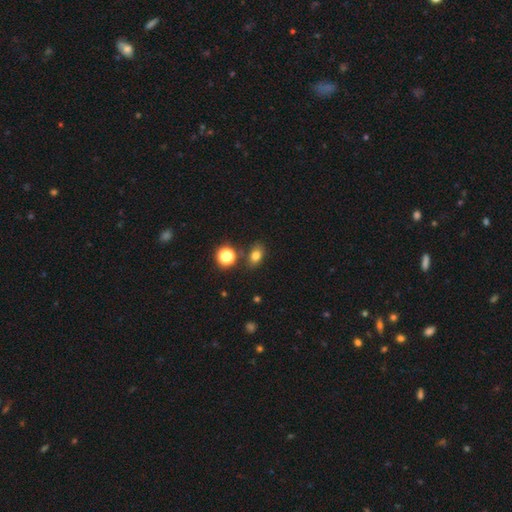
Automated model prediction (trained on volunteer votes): Smooth or featured?
  - smooth: 75% *
  - star or artifact: 16%
  - featured or disk: 9%
How rounded?
  - in between: 70% *
  - round: 28%
  - cigar-shaped: 2%
Merging?
  - none: 77% *
  - minor disturbance: 12%
  - merger: 7%
  - major disturbance: 3%